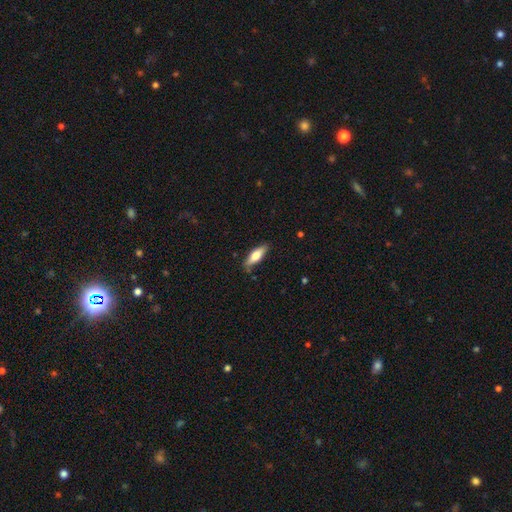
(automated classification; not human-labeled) smooth-or-featured: smooth: 67% | featured or disk: 27% | star or artifact: 6%
  how-rounded: in between: 56% | cigar-shaped: 42% | round: 2%
  merging: none: 80% | minor disturbance: 16% | major disturbance: 3% | merger: 2%